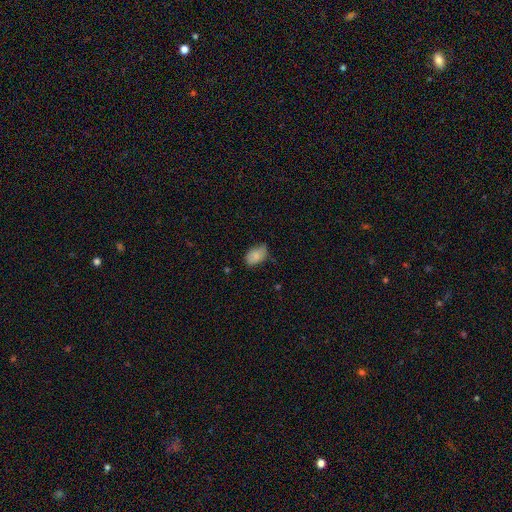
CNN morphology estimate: Smooth or featured? Predicted: smooth (p=0.82). How rounded? Predicted: in between (p=0.90). Merging? Predicted: none (p=0.58).